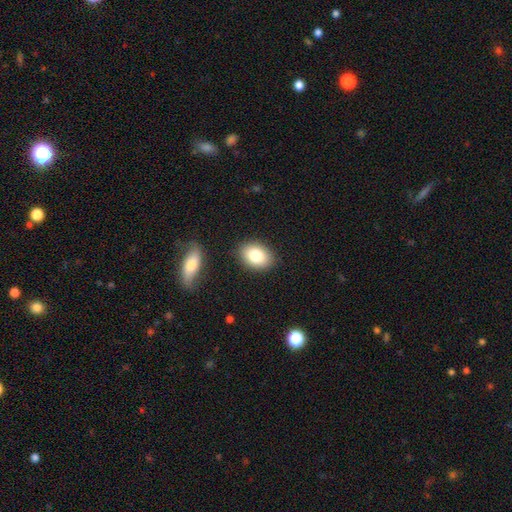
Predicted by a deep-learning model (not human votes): Smooth or featured? smooth (81%)
How rounded? in between (75%)
Merging? none (86%)